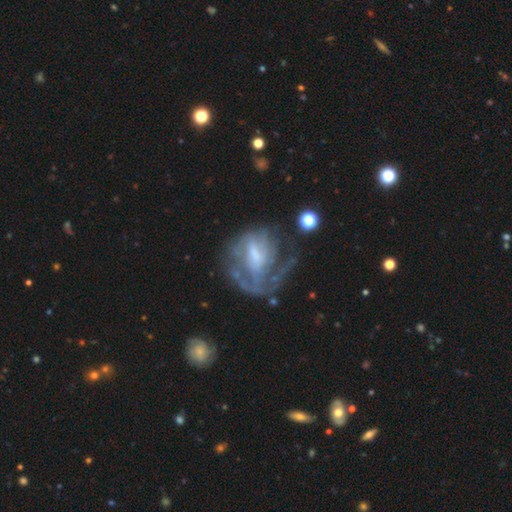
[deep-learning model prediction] A featured or disk galaxy (71%) with a weak bar (43%), spiral arms (63%) and a small central bulge (32%).

Vote fractions:
- Smooth or featured? featured or disk: 71% / smooth: 19% / star or artifact: 10%
- Edge-on disk? no: 96% / yes: 4%
- Bar? weak: 43% / no: 38% / strong: 19%
- Spiral arms? yes: 63% / no: 37%
- Bulge size? small: 32% / moderate: 31% / none: 28% / large: 8% / dominant: 2%
- Merging? major disturbance: 39% / none: 36% / minor disturbance: 20% / merger: 5%